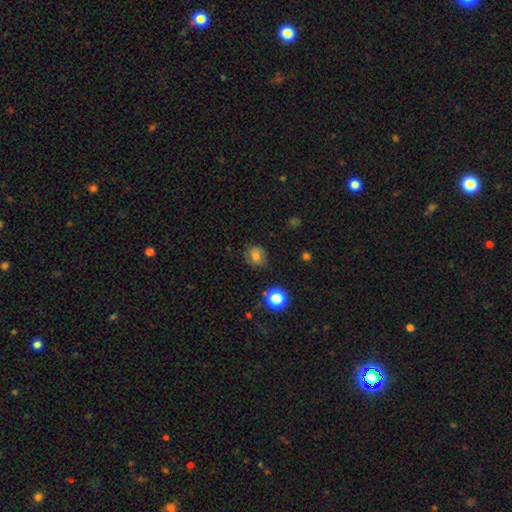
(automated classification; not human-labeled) Q: Smooth or featured?
A: smooth (74%); runner-up: star or artifact (14%)
Q: How rounded?
A: round (72%); runner-up: in between (27%)
Q: Merging?
A: none (77%); runner-up: minor disturbance (17%)